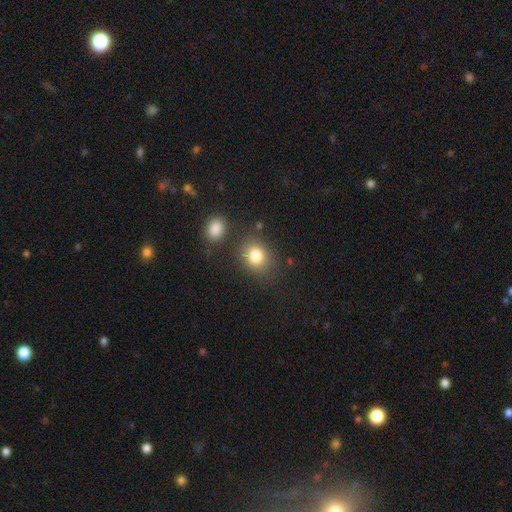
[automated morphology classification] smooth-or-featured: smooth: 82% | star or artifact: 11% | featured or disk: 8%
  how-rounded: round: 60% | in between: 39% | cigar-shaped: 1%
  merging: none: 76% | minor disturbance: 13% | merger: 7% | major disturbance: 5%